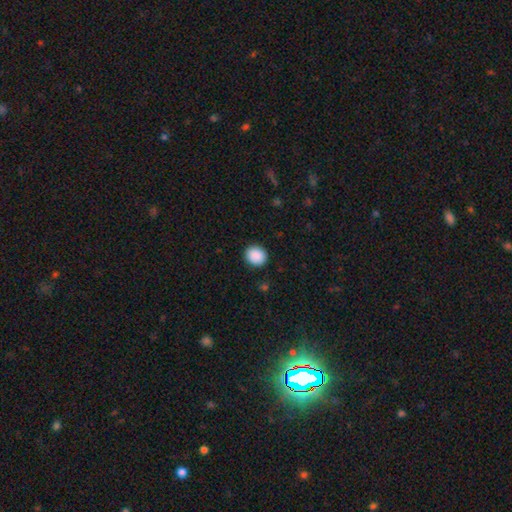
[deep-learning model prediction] Smooth or featured: smooth — 90% (star or artifact — 8%)
How rounded: round — 81% (in between — 19%)
Merging: none — 90% (minor disturbance — 7%)